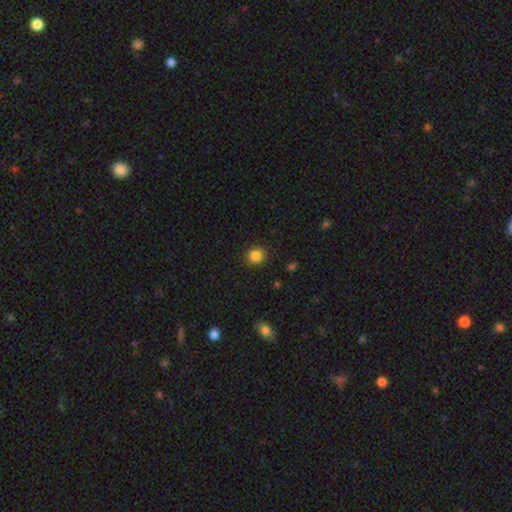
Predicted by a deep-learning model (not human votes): A smooth galaxy with no disk features (85%) that is round (89%). Merging: none (91%).